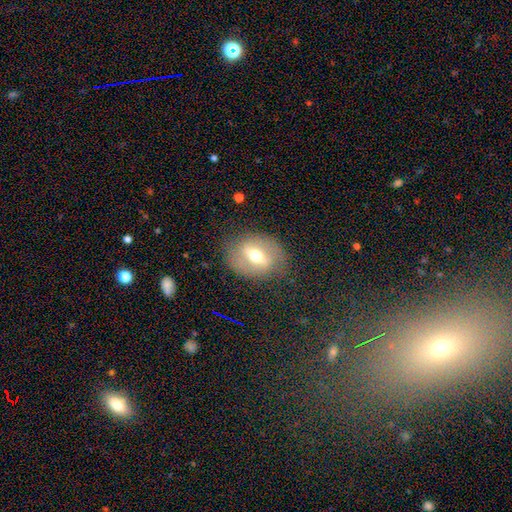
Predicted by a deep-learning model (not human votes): A featured or disk galaxy (57%) with a strong bar (47%), no spiral arms (58%) and a moderate central bulge (71%).

Vote fractions:
- Smooth or featured? featured or disk: 57% / smooth: 35% / star or artifact: 8%
- Edge-on disk? no: 89% / yes: 11%
- Bar? strong: 47% / weak: 37% / no: 16%
- Spiral arms? no: 58% / yes: 42%
- Bulge size? moderate: 71% / small: 17% / large: 10% / dominant: 1% / none: 1%
- Merging? none: 78% / minor disturbance: 15% / major disturbance: 6% / merger: 1%